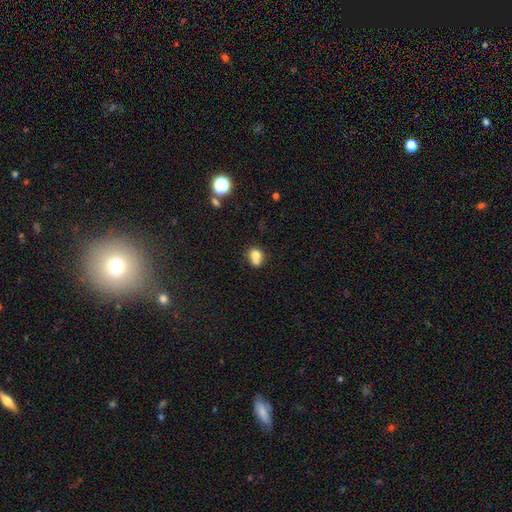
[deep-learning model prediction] smooth 74%, featured or disk 15%, star or artifact 11%. Down the decision tree: how rounded — round (54%); merging — merger (45%).